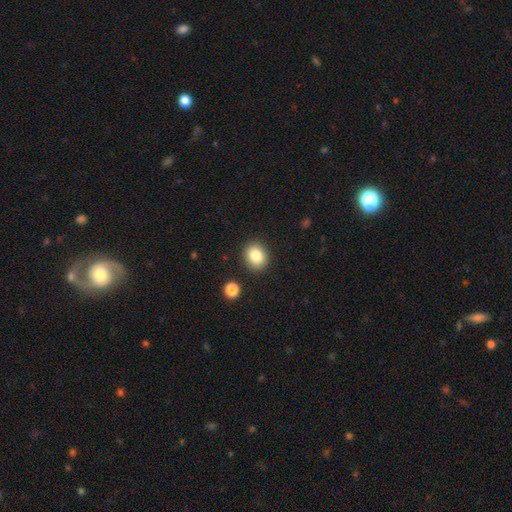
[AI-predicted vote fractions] The model was most divided on "how rounded": round: 68%, in between: 31%, cigar-shaped: 1%. More confident: merging — none (89%); smooth or featured — smooth (83%).